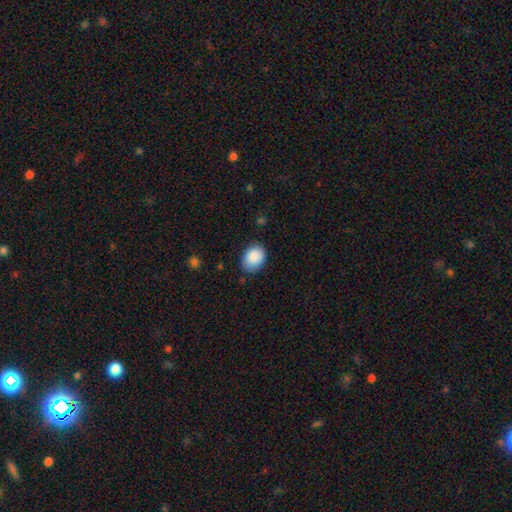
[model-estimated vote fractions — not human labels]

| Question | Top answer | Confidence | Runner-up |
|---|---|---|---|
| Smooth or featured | smooth | 89% | star or artifact (7%) |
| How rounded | in between | 60% | round (40%) |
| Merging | none | 78% | minor disturbance (18%) |